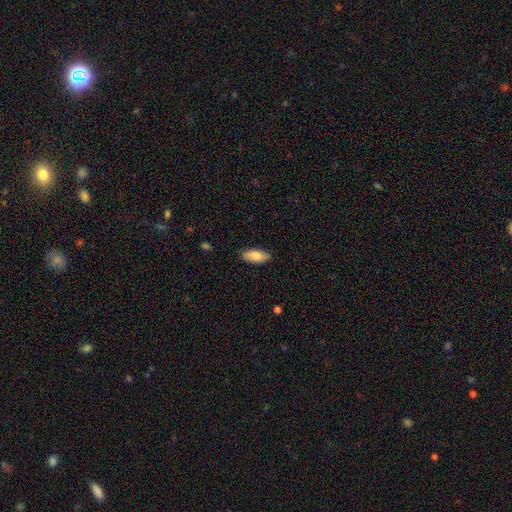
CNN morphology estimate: smooth-or-featured: smooth: 83% | featured or disk: 11% | star or artifact: 6%
  how-rounded: in between: 85% | cigar-shaped: 12% | round: 2%
  merging: none: 87% | minor disturbance: 10% | major disturbance: 2% | merger: 1%